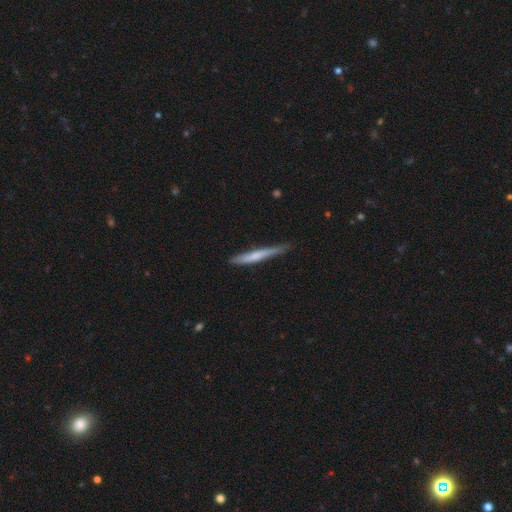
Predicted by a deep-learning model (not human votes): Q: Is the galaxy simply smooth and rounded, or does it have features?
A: smooth — 58%.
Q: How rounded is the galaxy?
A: cigar-shaped — 96%.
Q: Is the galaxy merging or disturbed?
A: none — 70%.